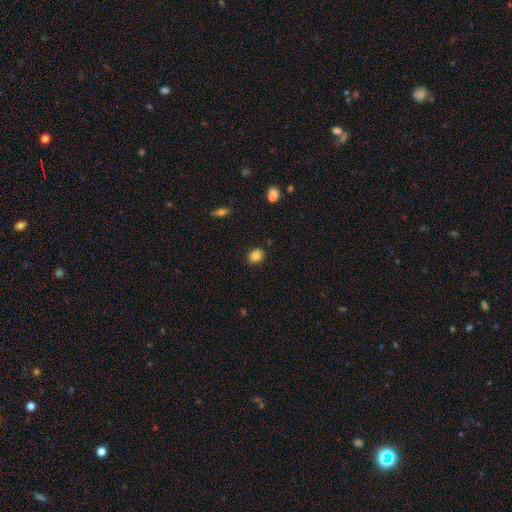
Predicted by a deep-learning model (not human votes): Q: Smooth or featured?
A: smooth (84%); runner-up: star or artifact (10%)
Q: How rounded?
A: round (63%); runner-up: in between (36%)
Q: Merging?
A: none (89%); runner-up: minor disturbance (8%)